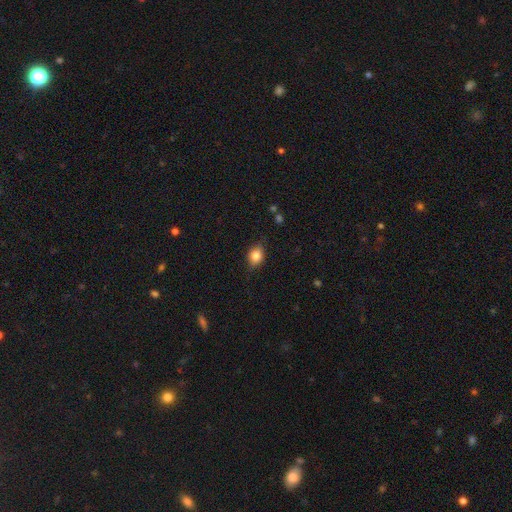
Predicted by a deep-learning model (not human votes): A smooth galaxy with no disk features (82%) that is in between round and cigar-shaped (60%). Merging: none (76%).